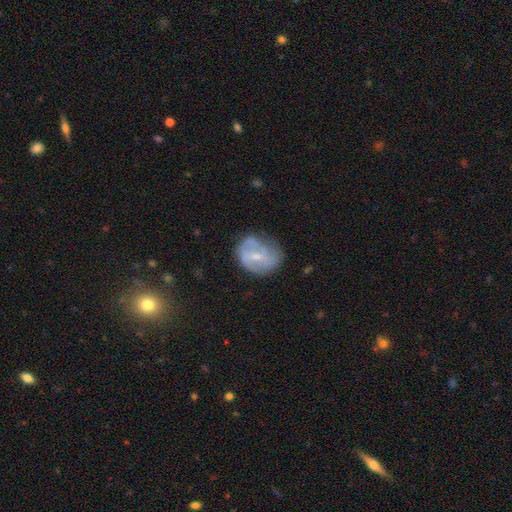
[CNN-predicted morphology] type=featured or disk (63%); edge-on=no (97%); bar=weak (47%); spiral arms=yes (73%); bulge=small (54%); merging=none (53%).